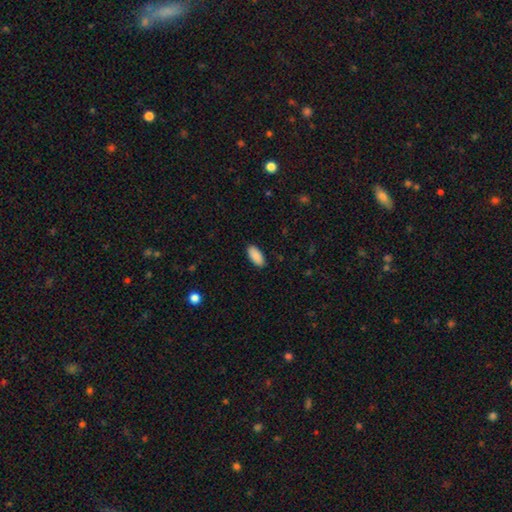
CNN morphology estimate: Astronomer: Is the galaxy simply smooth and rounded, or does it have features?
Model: smooth — 91%.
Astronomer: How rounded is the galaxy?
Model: in between — 90%.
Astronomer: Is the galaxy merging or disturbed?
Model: none — 89%.